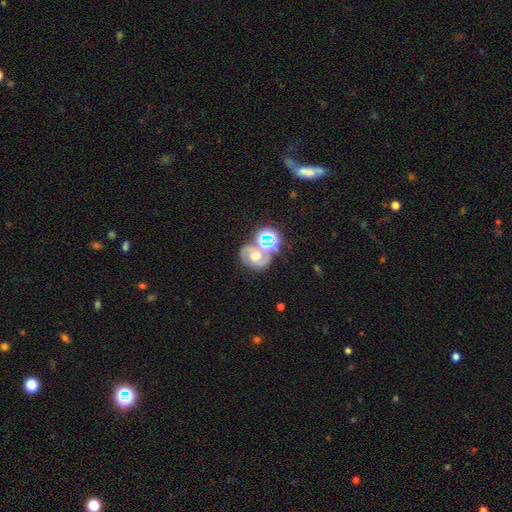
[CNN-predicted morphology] The model was most divided on "merging": none: 48%, merger: 30%, minor disturbance: 14%, major disturbance: 8%. More confident: edge-on disk — no (97%); spiral arms — yes (83%); bulge size — moderate (63%); smooth or featured — featured or disk (58%); bar — no (53%).